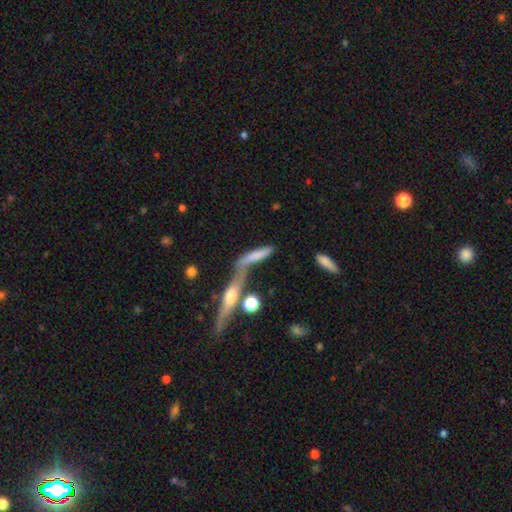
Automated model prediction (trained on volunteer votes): This is likely a smooth galaxy (64%). How rounded: likely cigar-shaped (75%). Merging: marginally merger (42%).